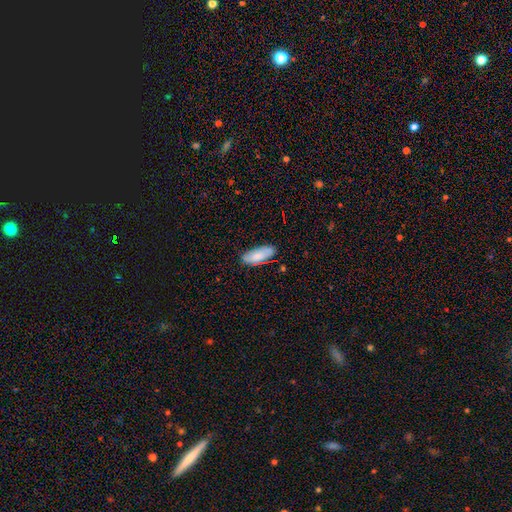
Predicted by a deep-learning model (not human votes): A smooth galaxy with no disk features (80%) that is in between round and cigar-shaped (81%).

Vote fractions:
- Smooth or featured? smooth: 80% / featured or disk: 13% / star or artifact: 7%
- How rounded? in between: 81% / cigar-shaped: 17% / round: 2%
- Merging? none: 76% / minor disturbance: 19% / major disturbance: 3% / merger: 2%